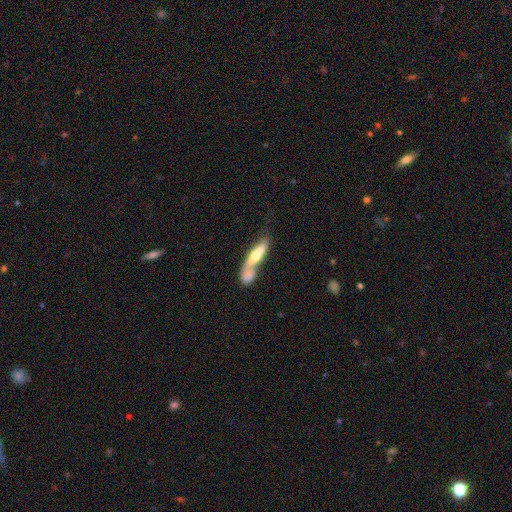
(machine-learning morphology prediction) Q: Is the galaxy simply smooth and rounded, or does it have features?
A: smooth — 51%.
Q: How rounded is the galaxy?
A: cigar-shaped — 66%.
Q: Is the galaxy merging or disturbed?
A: merger — 51%.